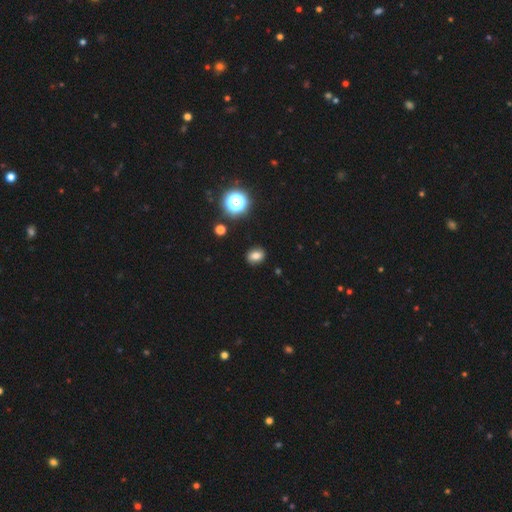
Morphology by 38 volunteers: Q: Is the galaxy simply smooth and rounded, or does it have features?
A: smooth — 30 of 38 (79%).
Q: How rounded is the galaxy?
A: round — 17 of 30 (57%).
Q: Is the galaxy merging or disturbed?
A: none — 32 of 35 (91%).